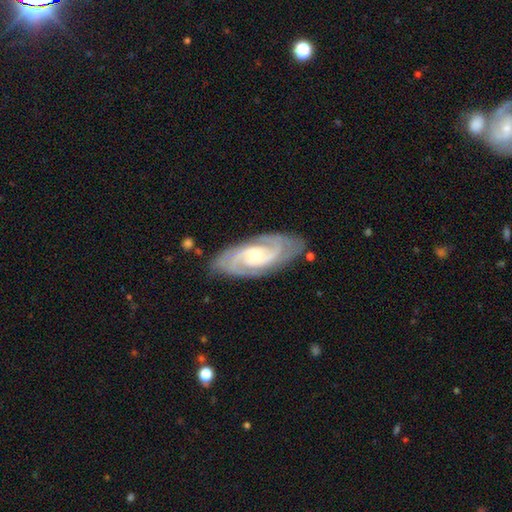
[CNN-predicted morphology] Smooth or featured?
  - featured or disk: 90% *
  - smooth: 6%
  - star or artifact: 4%
Edge-on disk?
  - no: 95% *
  - yes: 5%
Bar?
  - no: 58% *
  - weak: 32%
  - strong: 9%
Spiral arms?
  - yes: 98% *
  - no: 2%
Spiral winding?
  - tight: 62% *
  - medium: 33%
  - loose: 5%
Spiral arm count?
  - 2: 50% *
  - 3: 25%
  - can't tell: 12%
  - 4: 6%
  - more than 4: 3%
  - 1: 3%
Bulge size?
  - small: 52% *
  - moderate: 44%
  - large: 2%
  - none: 1%
  - dominant: 1%
Merging?
  - none: 81% *
  - minor disturbance: 14%
  - major disturbance: 3%
  - merger: 1%